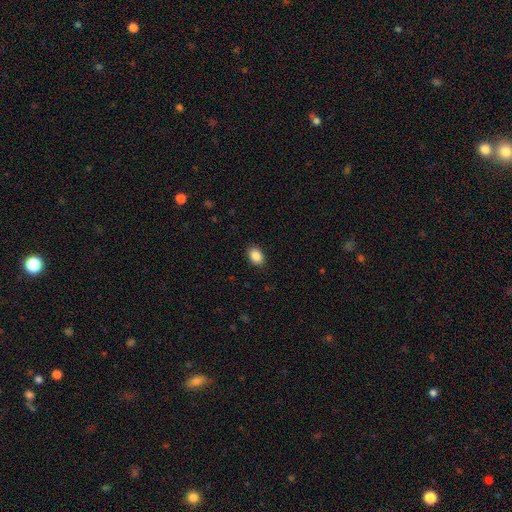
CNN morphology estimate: smooth-or-featured: smooth: 88% | star or artifact: 8% | featured or disk: 4%
  how-rounded: in between: 80% | round: 19% | cigar-shaped: 1%
  merging: none: 89% | minor disturbance: 8% | major disturbance: 2% | merger: 1%